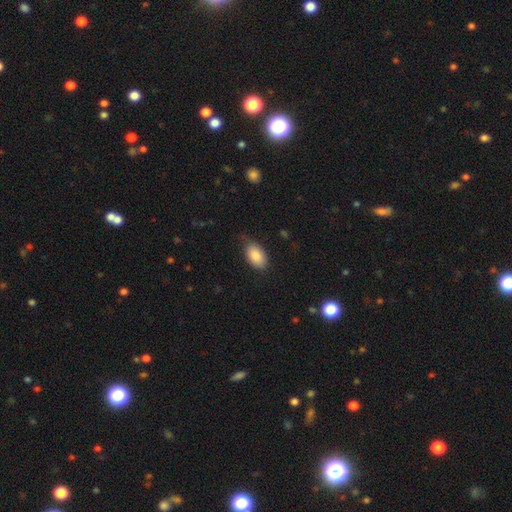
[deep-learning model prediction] Smooth or featured? Predicted: smooth (p=0.87). How rounded? Predicted: in between (p=0.93). Merging? Predicted: none (p=0.74).